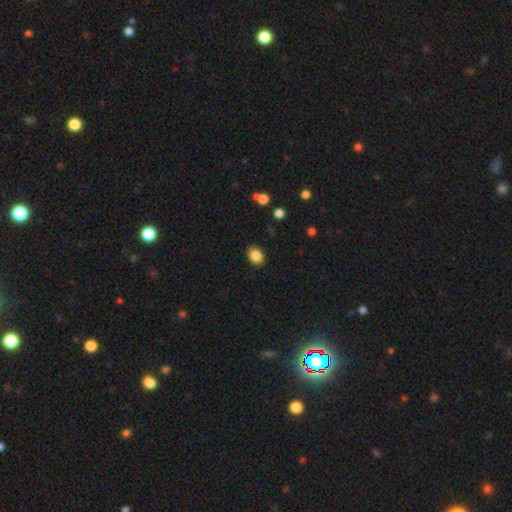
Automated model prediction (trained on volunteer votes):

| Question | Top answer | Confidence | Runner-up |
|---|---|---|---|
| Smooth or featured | smooth | 85% | star or artifact (9%) |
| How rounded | in between | 59% | round (40%) |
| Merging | none | 88% | minor disturbance (8%) |